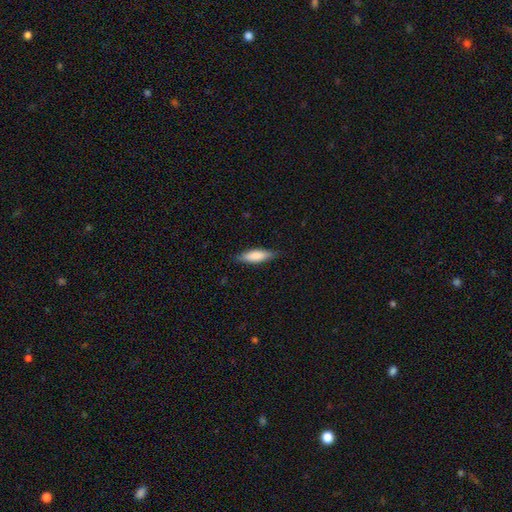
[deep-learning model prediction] Smooth or featured? smooth (78%)
How rounded? cigar-shaped (52%)
Merging? none (84%)